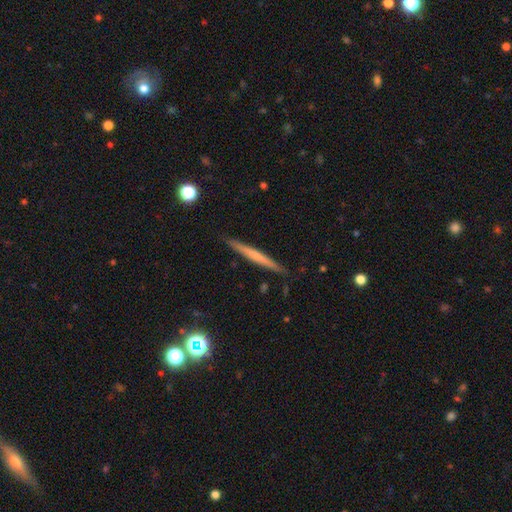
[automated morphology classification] type=smooth (47%, tied with featured or disk); merging=none (90%).